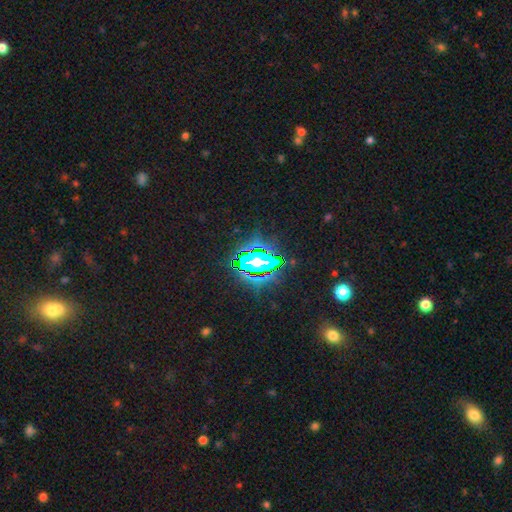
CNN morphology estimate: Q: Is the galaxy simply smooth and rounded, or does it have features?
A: star or artifact — 77%.